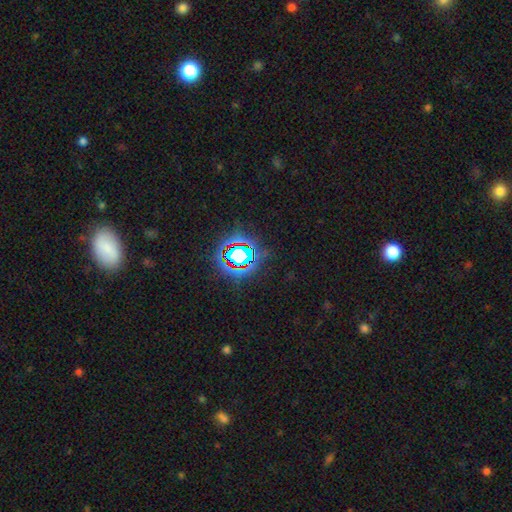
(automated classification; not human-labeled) Overall: star or artifact (78%).